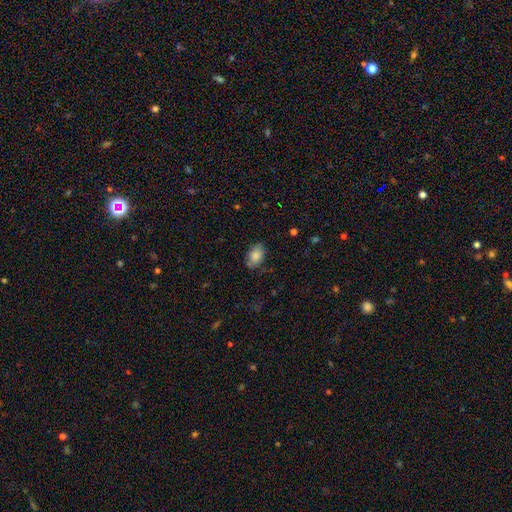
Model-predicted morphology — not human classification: Smooth or featured? smooth (86%)
How rounded? in between (90%)
Merging? none (81%)